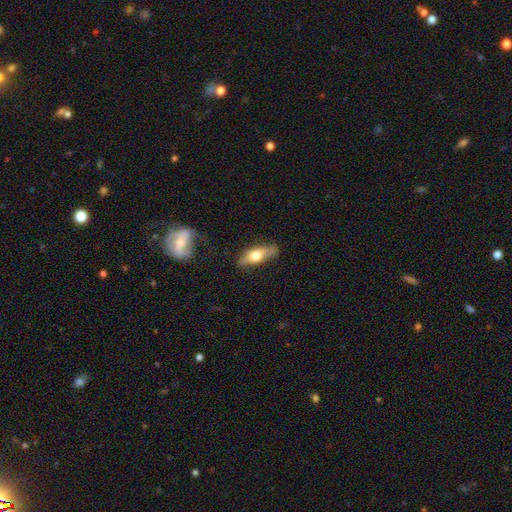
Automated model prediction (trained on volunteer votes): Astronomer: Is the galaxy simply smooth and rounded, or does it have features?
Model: smooth — 58% (runner-up: featured or disk, 35%).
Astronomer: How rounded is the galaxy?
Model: in between — 59% (runner-up: cigar-shaped, 38%).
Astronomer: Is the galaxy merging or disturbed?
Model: none — 73%.